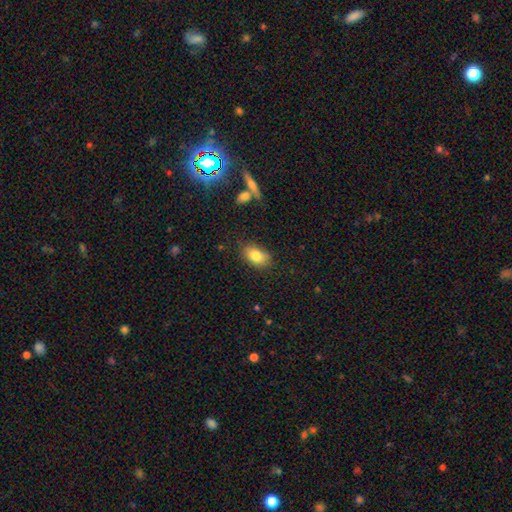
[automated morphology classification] Overall: smooth (82%). How rounded: in between (86%). Merging: none (80%).